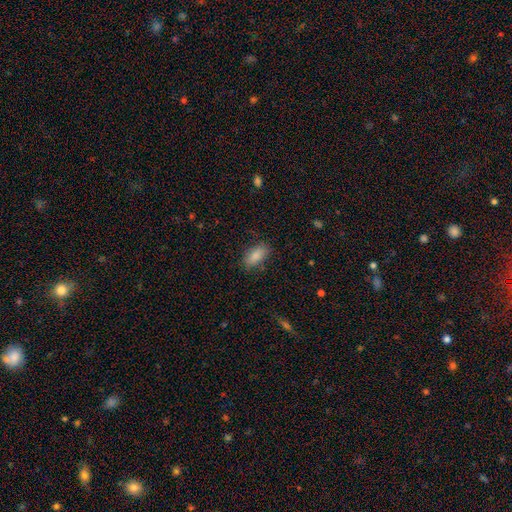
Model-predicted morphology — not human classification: This is clearly a smooth galaxy (86%). How rounded: clearly in between (89%). Merging: clearly none (80%).